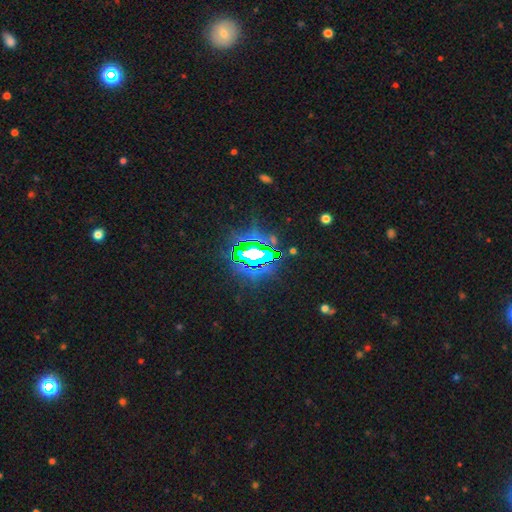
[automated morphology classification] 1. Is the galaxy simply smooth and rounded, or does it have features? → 82% star or artifact, 10% smooth, 9% featured or disk.